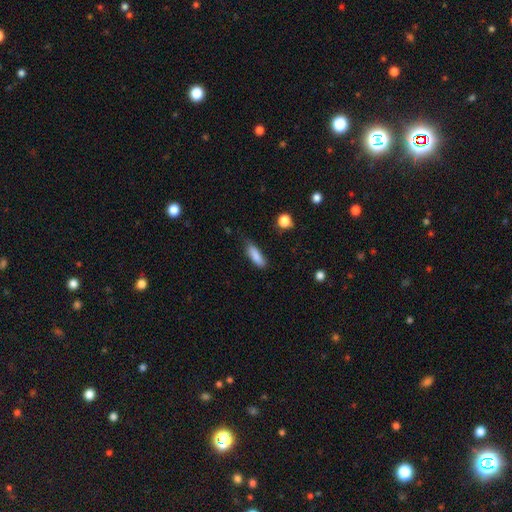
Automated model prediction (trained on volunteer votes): A smooth galaxy with no disk features (85%) that is in between round and cigar-shaped (53%). Merging: none (70%).